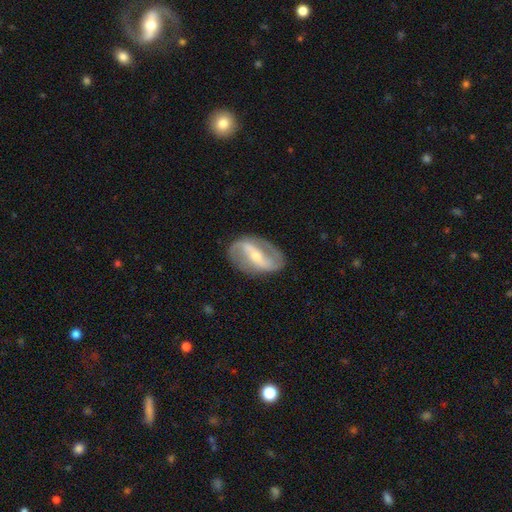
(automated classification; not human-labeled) A featured or disk galaxy (85%) with a strong bar (61%), 2 (91%) loose (42%) spiral arms (90%) and a small central bulge (60%). Merging: none (81%).